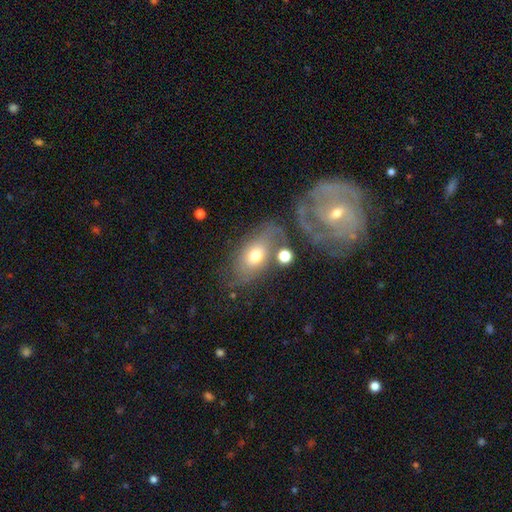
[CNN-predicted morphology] Overall: smooth (48%; featured or disk 42%). Merging: none (48%; minor disturbance 21%).